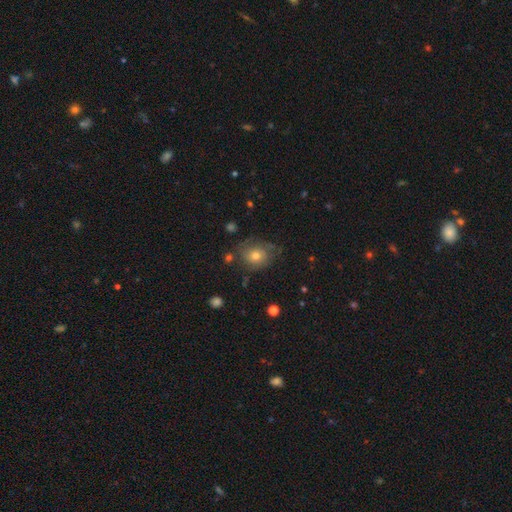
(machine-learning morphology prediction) A smooth galaxy with no disk features (51%) that is round (66%).

Vote fractions:
- Smooth or featured? smooth: 51% / featured or disk: 35% / star or artifact: 14%
- How rounded? round: 66% / in between: 33% / cigar-shaped: 1%
- Merging? none: 63% / minor disturbance: 23% / major disturbance: 11% / merger: 3%